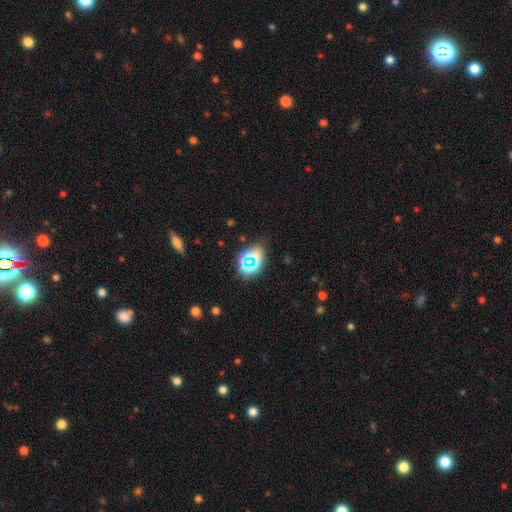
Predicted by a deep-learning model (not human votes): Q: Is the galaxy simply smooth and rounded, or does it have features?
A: star or artifact — 47%.